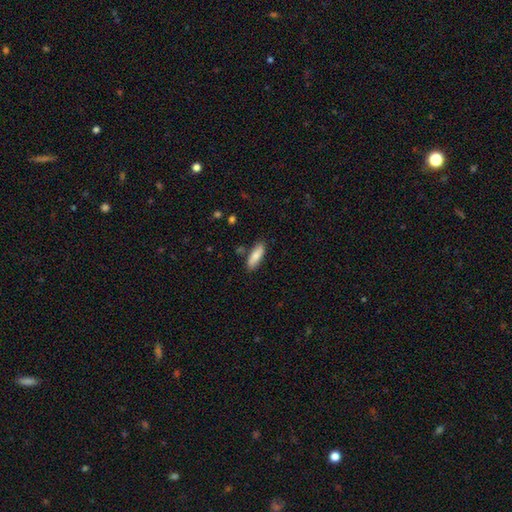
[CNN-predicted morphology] smooth-or-featured: smooth: 83% | featured or disk: 11% | star or artifact: 6%
  how-rounded: in between: 55% | cigar-shaped: 43% | round: 2%
  merging: none: 82% | minor disturbance: 12% | merger: 4% | major disturbance: 2%